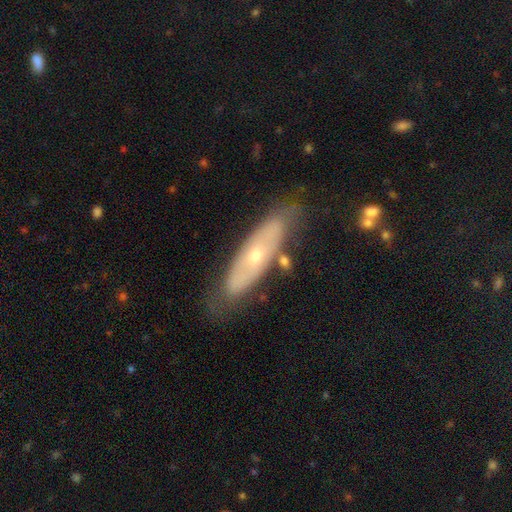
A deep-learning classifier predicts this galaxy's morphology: Smooth or featured? featured or disk (59%)
Edge-on disk? no (67%)
Merging? none (76%)